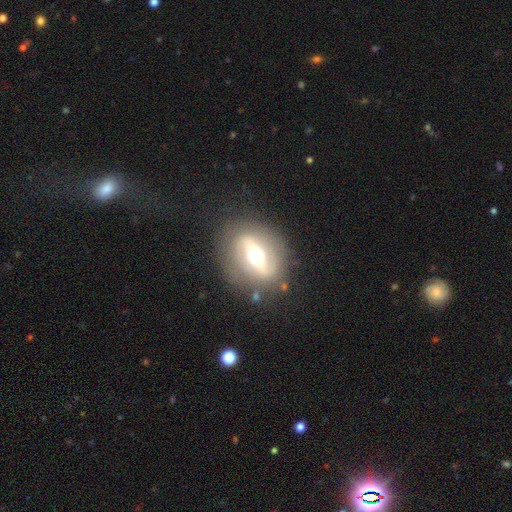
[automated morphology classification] Q: Smooth or featured?
A: featured or disk (61%); runner-up: smooth (29%)
Q: Edge-on disk?
A: no (88%); runner-up: yes (12%)
Q: Bar?
A: strong (49%); runner-up: weak (30%)
Q: Spiral arms?
A: no (58%); runner-up: yes (42%)
Q: Bulge size?
A: moderate (58%); runner-up: large (30%)
Q: Merging?
A: none (78%); runner-up: minor disturbance (12%)